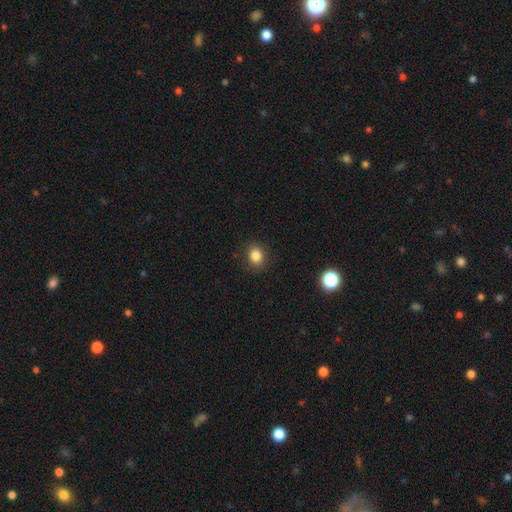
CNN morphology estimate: Smooth or featured? smooth (84%)
How rounded? round (62%)
Merging? none (88%)